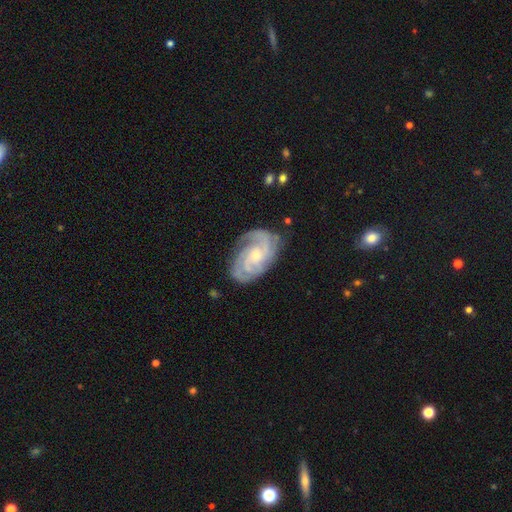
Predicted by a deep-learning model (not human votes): smooth-or-featured: featured or disk: 88% | smooth: 7% | star or artifact: 5%
  disk-edge-on: no: 97% | yes: 3%
    bar: no: 65% | weak: 29% | strong: 5%
    has-spiral-arms: yes: 98% | no: 2%
      spiral-winding: tight: 62% | medium: 33% | loose: 6%
      spiral-arm-count: 3: 34% | 2: 25% | can't tell: 16% | 4: 14% | more than 4: 5% | 1: 5%
    bulge-size: small: 65% | moderate: 29% | none: 3% | large: 1% | dominant: 1%
  merging: none: 75% | minor disturbance: 18% | major disturbance: 6% | merger: 1%